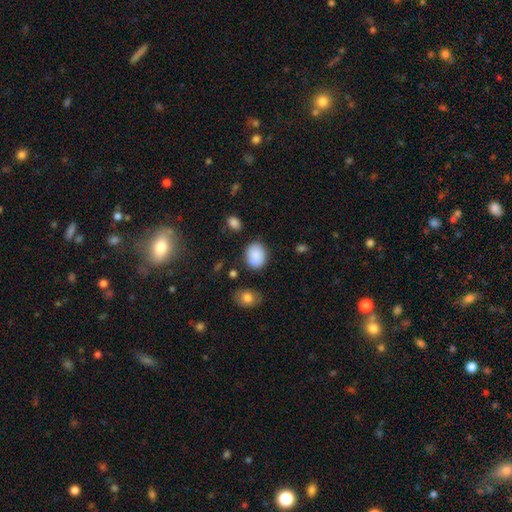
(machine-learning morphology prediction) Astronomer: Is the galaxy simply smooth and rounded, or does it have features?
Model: smooth — 88%.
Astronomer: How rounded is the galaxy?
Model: in between — 55% (runner-up: round, 44%).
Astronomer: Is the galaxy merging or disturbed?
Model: none — 80%.